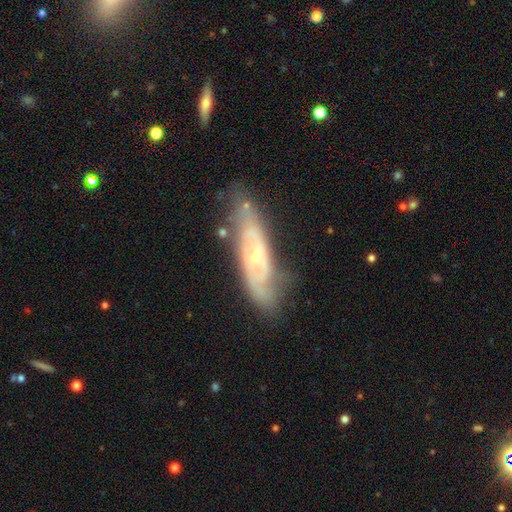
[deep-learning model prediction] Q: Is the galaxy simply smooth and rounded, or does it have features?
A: featured or disk — 75%.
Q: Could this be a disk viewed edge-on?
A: no — 78%.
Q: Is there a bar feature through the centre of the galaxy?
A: no — 57%.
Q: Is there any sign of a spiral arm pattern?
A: yes — 84%.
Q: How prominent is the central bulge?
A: small — 66%.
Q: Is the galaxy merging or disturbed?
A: none — 63%.